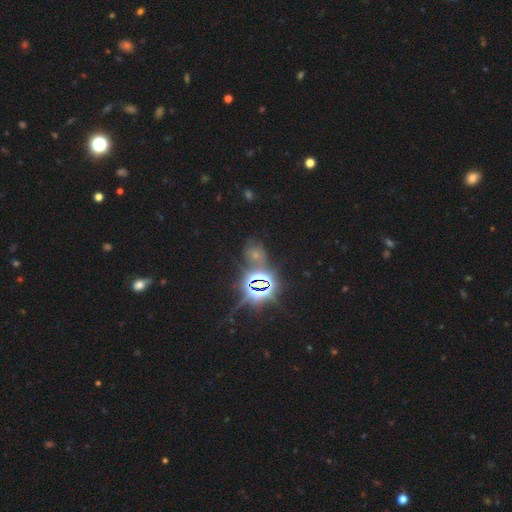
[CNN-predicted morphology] Smooth or featured: star or artifact — 67% (smooth — 20%)